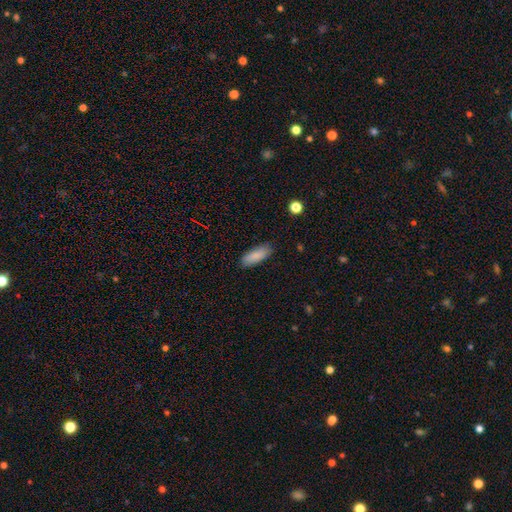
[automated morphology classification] Q: Smooth or featured?
A: smooth (87%); runner-up: featured or disk (7%)
Q: How rounded?
A: in between (71%); runner-up: cigar-shaped (27%)
Q: Merging?
A: none (86%); runner-up: minor disturbance (11%)